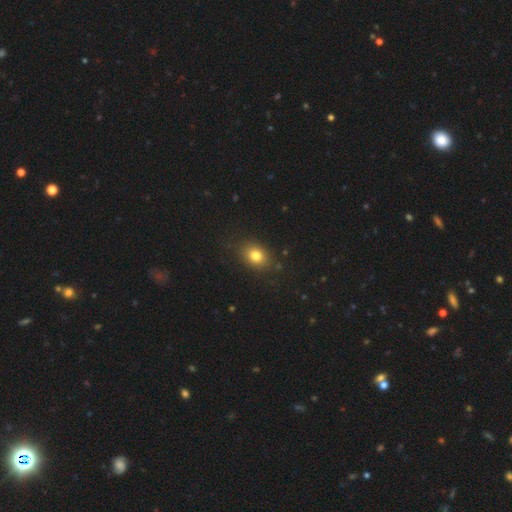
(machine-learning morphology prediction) A smooth galaxy with no disk features (80%) that is in between round and cigar-shaped (61%).

Vote fractions:
- Smooth or featured? smooth: 80% / star or artifact: 11% / featured or disk: 9%
- How rounded? in between: 61% / round: 38% / cigar-shaped: 1%
- Merging? none: 84% / minor disturbance: 11% / major disturbance: 3% / merger: 1%